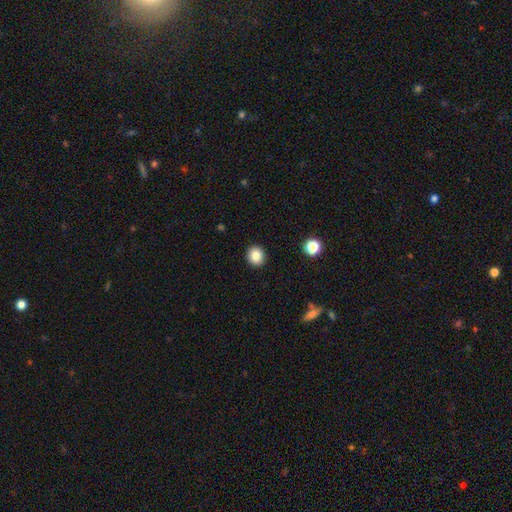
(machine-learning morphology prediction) Smooth or featured? Predicted: smooth (p=0.84). How rounded? Predicted: round (p=0.86). Merging? Predicted: none (p=0.92).